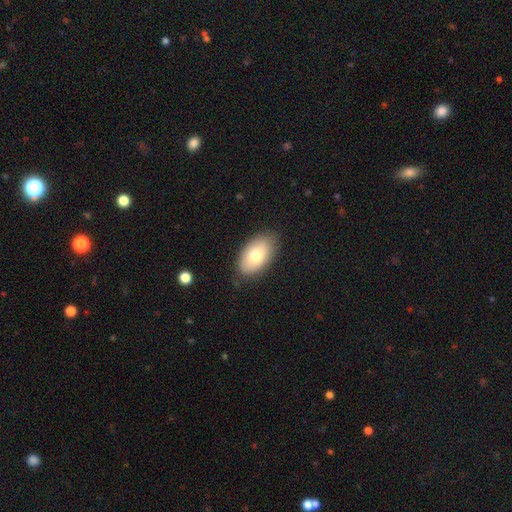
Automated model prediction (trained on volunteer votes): Smooth or featured? Predicted: smooth (p=0.74). How rounded? Predicted: in between (p=0.94). Merging? Predicted: none (p=0.84).